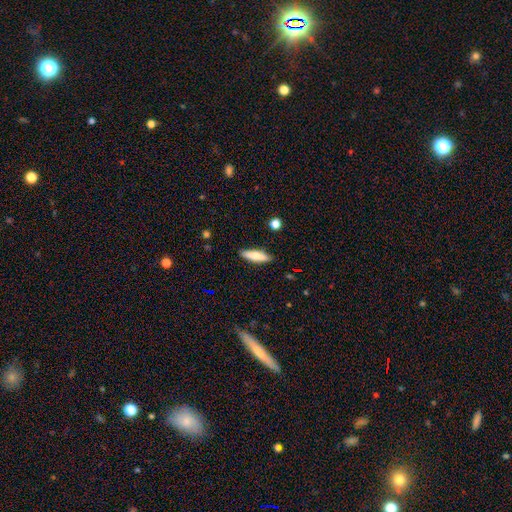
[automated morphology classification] This appears to be a smooth galaxy with no disk features (67%) that is cigar-shaped (60%). Merging: none (88%).